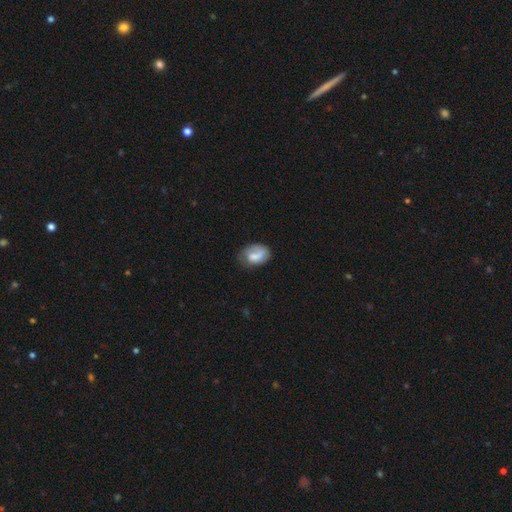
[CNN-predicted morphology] This appears to be a smooth galaxy with no disk features (69%) that is in between round and cigar-shaped (80%). Merging: none (52%).